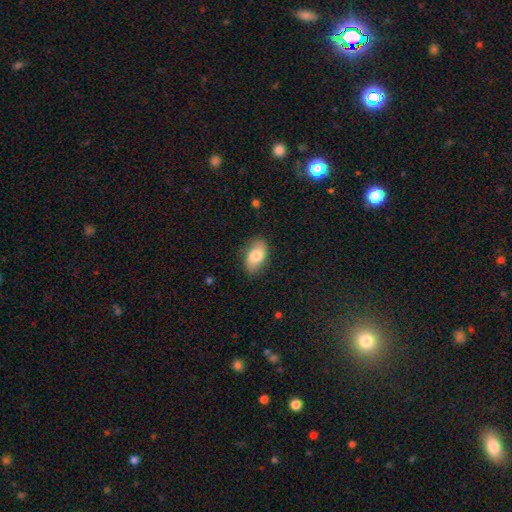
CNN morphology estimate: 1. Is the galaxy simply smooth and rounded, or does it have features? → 68% smooth, 26% featured or disk, 7% star or artifact.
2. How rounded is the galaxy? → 91% in between, 7% round, 2% cigar-shaped.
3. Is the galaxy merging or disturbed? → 79% none, 16% minor disturbance, 4% major disturbance, 1% merger.